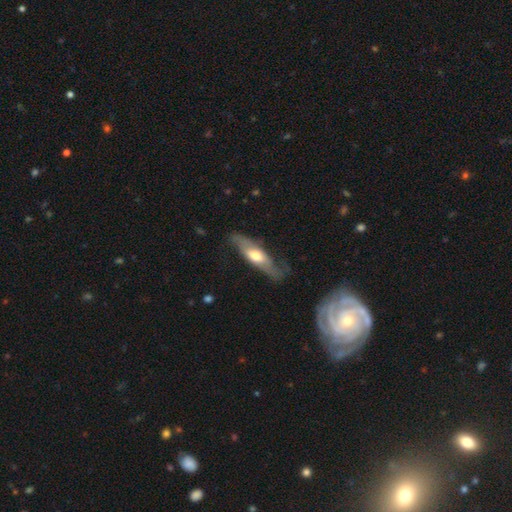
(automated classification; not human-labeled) Q: Smooth or featured?
A: featured or disk (55%); runner-up: smooth (40%)
Q: Edge-on disk?
A: no (52%); runner-up: yes (48%)
Q: Merging?
A: none (64%); runner-up: minor disturbance (24%)